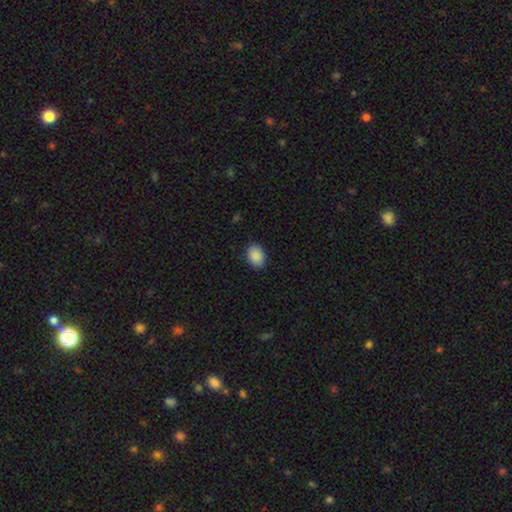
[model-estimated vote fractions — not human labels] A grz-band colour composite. It shows a smooth galaxy with no disk features (89%) that is in between round and cigar-shaped (68%). Merging: none (89%).